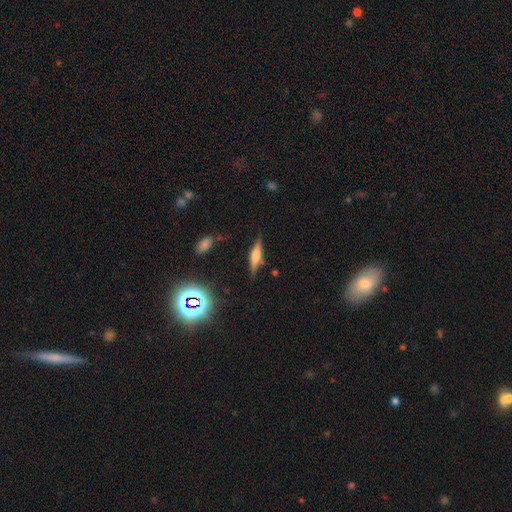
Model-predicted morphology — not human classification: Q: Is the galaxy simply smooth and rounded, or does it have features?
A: featured or disk — 51%.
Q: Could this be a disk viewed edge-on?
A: yes — 94%.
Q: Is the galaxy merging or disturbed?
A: none — 81%.